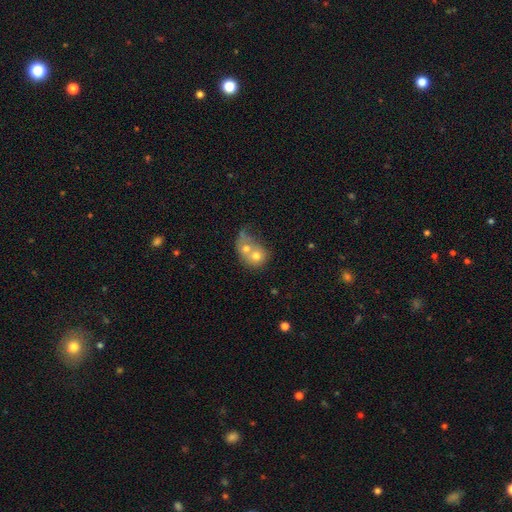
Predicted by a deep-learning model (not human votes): smooth 63%, featured or disk 28%, star or artifact 9%. Down the decision tree: how rounded — round (64%); merging — merger (75%).